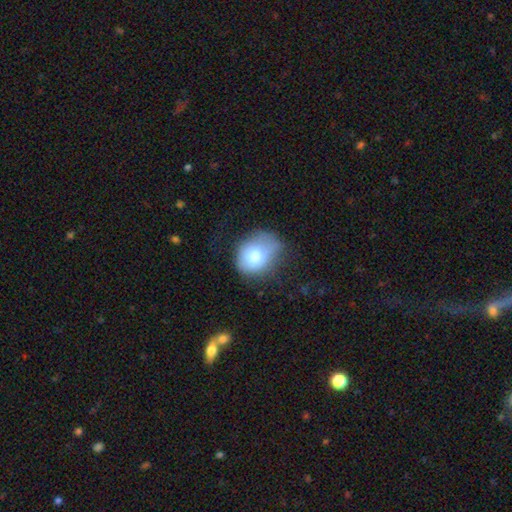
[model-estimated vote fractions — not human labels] This is likely a smooth galaxy (76%). How rounded: possibly round (57%). Merging: possibly none (46%).